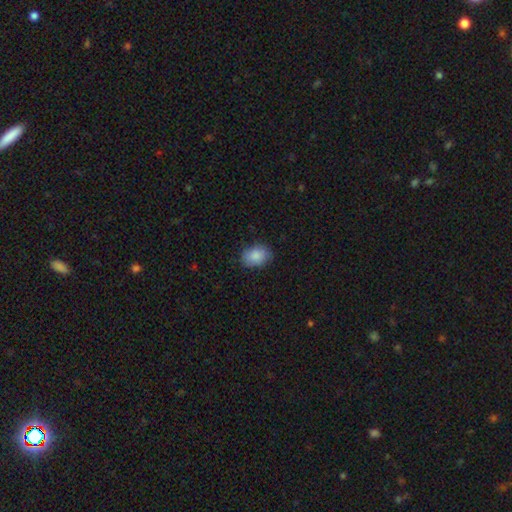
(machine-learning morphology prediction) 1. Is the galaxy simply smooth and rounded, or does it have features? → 87% smooth, 7% star or artifact, 6% featured or disk.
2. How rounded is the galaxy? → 78% in between, 21% round, 1% cigar-shaped.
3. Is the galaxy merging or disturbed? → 80% none, 15% minor disturbance, 3% major disturbance, 1% merger.